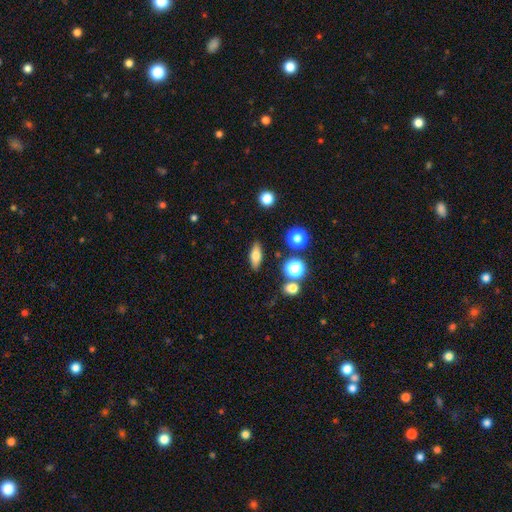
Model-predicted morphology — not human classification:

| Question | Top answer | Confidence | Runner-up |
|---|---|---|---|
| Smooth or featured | smooth | 70% | featured or disk (19%) |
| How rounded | in between | 69% | cigar-shaped (23%) |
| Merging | none | 85% | minor disturbance (10%) |